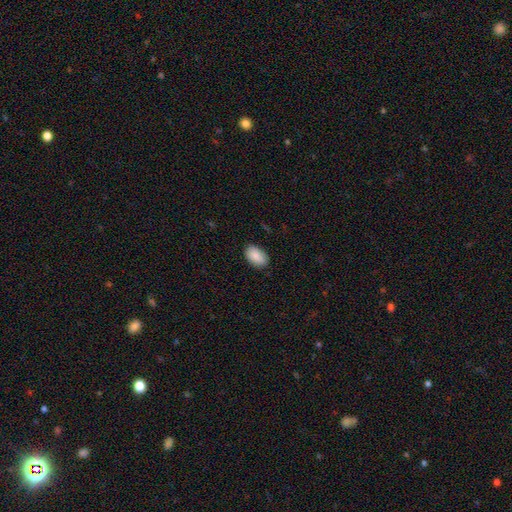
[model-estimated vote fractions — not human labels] A smooth galaxy with no disk features (89%) that is in between round and cigar-shaped (93%). Merging: none (86%).